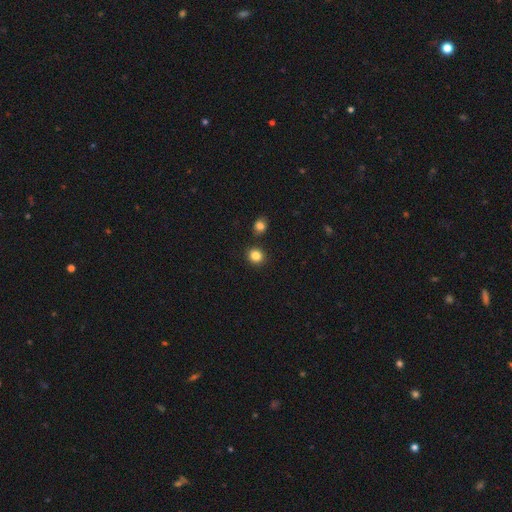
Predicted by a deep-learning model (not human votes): Smooth or featured? smooth (84%)
How rounded? round (84%)
Merging? none (86%)